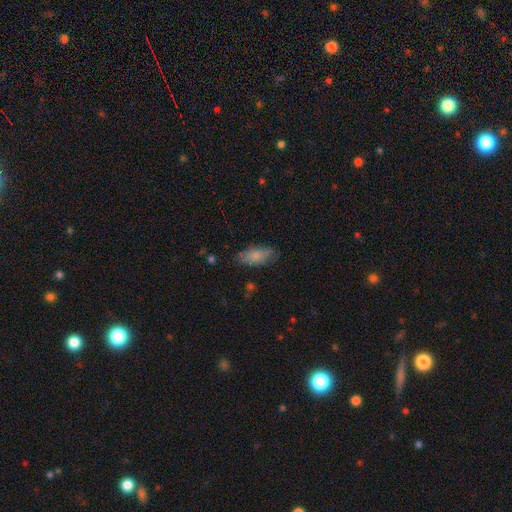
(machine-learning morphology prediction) This is likely a smooth galaxy (79%). How rounded: clearly in between (83%). Merging: likely none (75%).